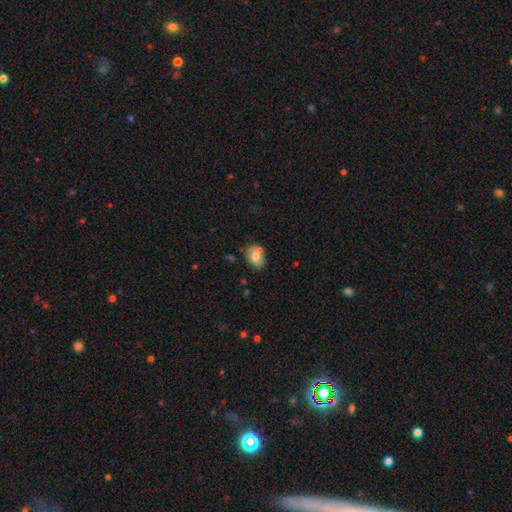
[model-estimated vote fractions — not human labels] The model was most divided on "how rounded": in between: 70%, round: 29%, cigar-shaped: 1%. More confident: smooth or featured — smooth (76%); merging — none (64%).